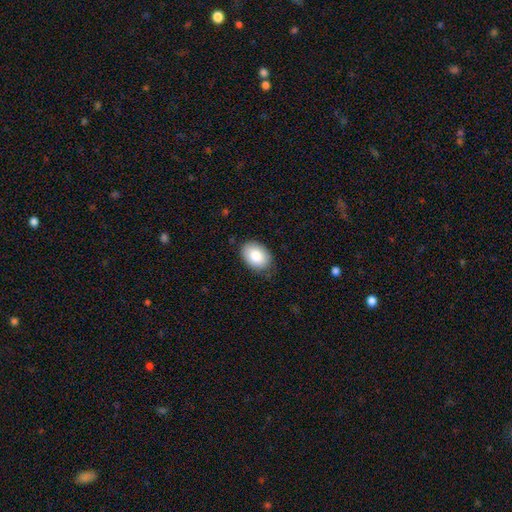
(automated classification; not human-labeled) smooth_or_featured: smooth (p=0.84) [alt: featured or disk p=0.09]
how_rounded: in between (p=0.82) [alt: round p=0.17]
merging: none (p=0.83) [alt: minor disturbance p=0.14]